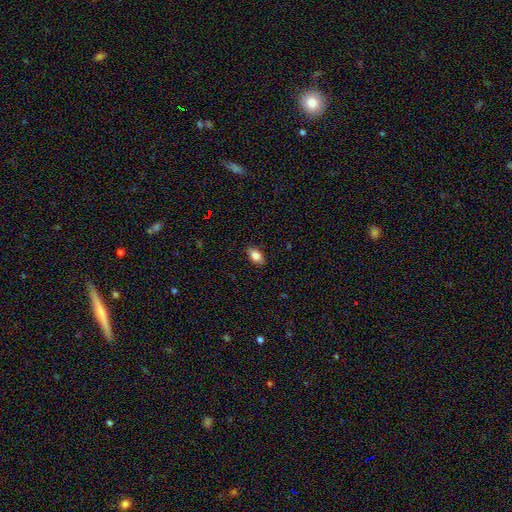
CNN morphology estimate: Overall: smooth (84%). How rounded: in between (89%). Merging: none (88%).